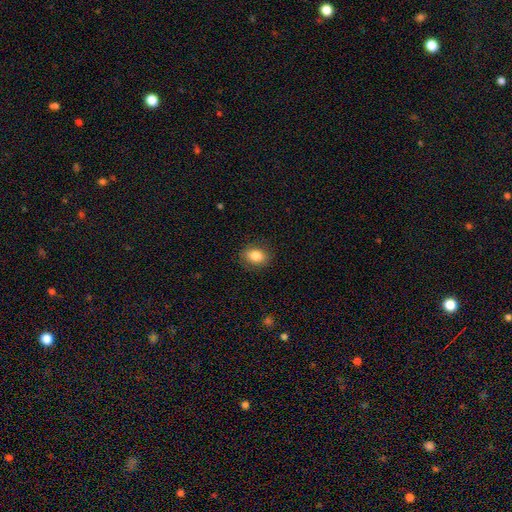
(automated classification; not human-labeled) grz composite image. It shows a smooth galaxy with no disk features (83%) that is in between round and cigar-shaped (66%). Merging: none (86%).